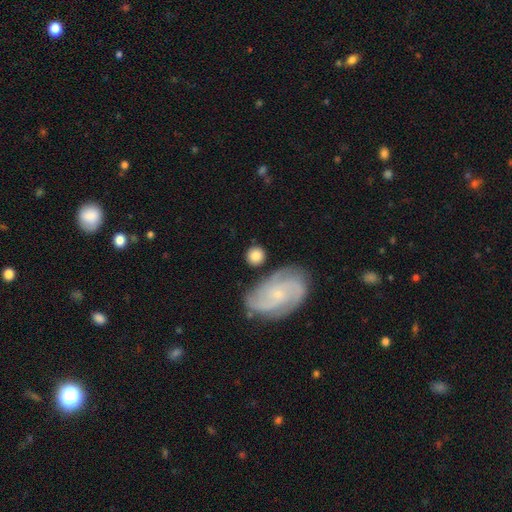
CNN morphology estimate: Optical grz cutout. It shows a smooth galaxy with no disk features (71%) that is round (82%). Merging: none (77%).